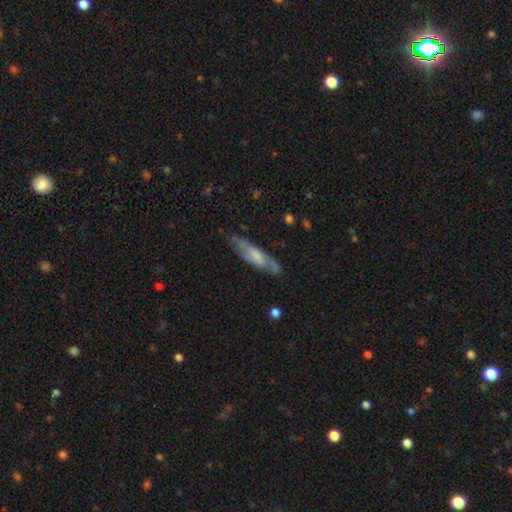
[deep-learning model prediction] A featured or disk galaxy (50%).

Vote fractions:
- Smooth or featured? featured or disk: 50% / smooth: 44% / star or artifact: 7%
- Merging? none: 72% / minor disturbance: 20% / major disturbance: 6% / merger: 2%